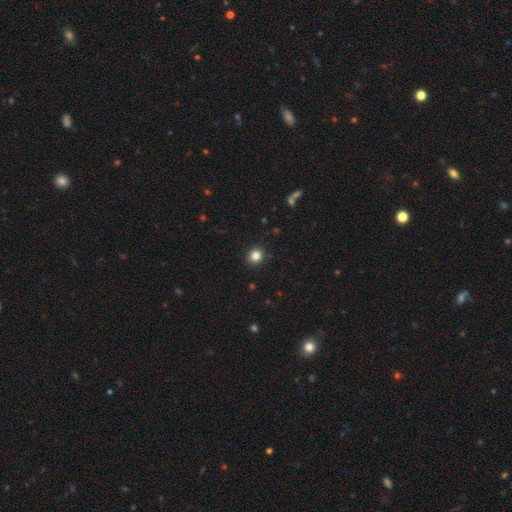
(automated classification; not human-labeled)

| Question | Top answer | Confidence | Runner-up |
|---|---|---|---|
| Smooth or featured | smooth | 83% | star or artifact (12%) |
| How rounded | round | 89% | in between (10%) |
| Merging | none | 92% | minor disturbance (6%) |